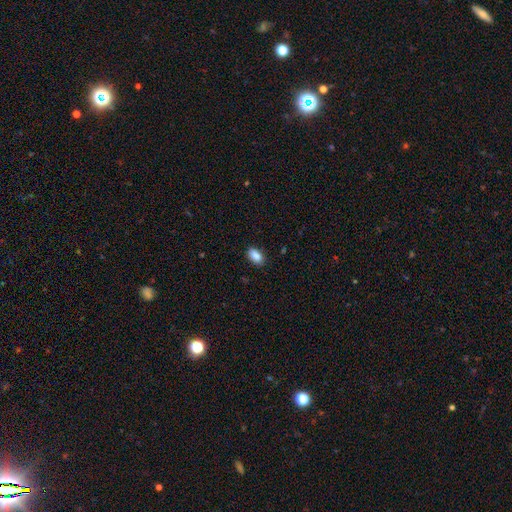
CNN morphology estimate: A smooth galaxy with no disk features (89%) that is in between round and cigar-shaped (92%).

Vote fractions:
- Smooth or featured? smooth: 89% / star or artifact: 8% / featured or disk: 4%
- How rounded? in between: 92% / round: 6% / cigar-shaped: 2%
- Merging? none: 86% / minor disturbance: 11% / major disturbance: 2% / merger: 1%